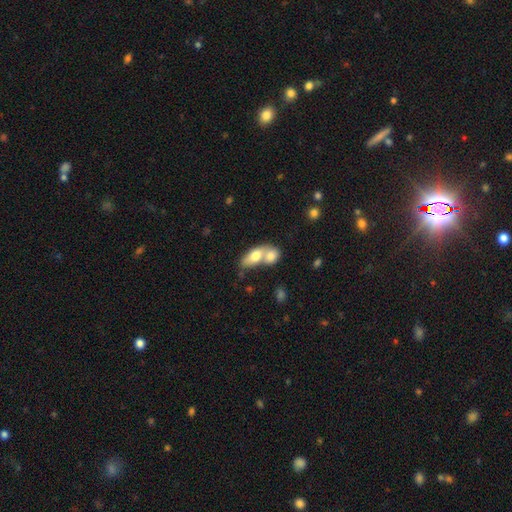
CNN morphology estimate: Smooth or featured? smooth (73%)
How rounded? in between (80%)
Merging? merger (76%)